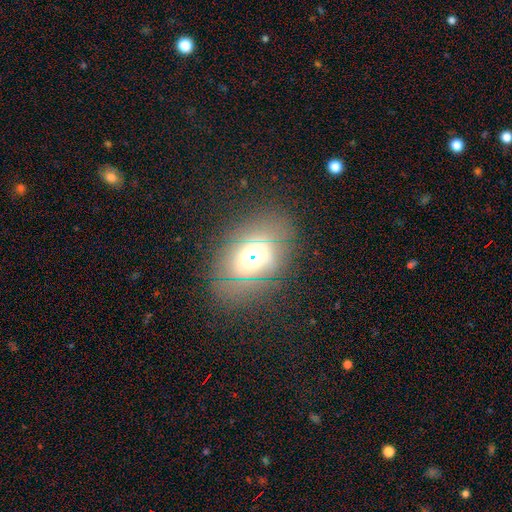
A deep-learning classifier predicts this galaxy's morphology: Q: Smooth or featured?
A: smooth (48%); runner-up: featured or disk (33%)
Q: Merging?
A: none (75%); runner-up: minor disturbance (15%)